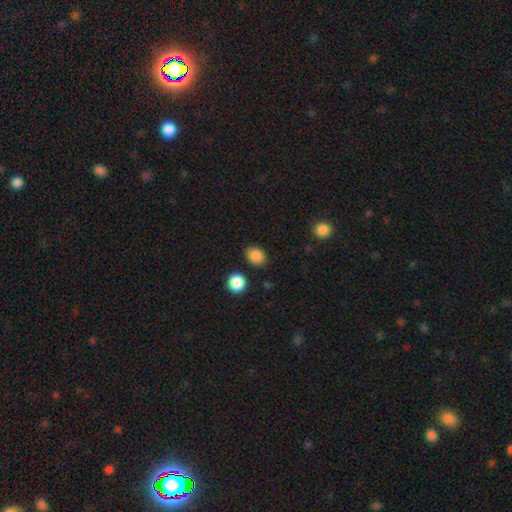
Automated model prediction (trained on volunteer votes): The model was most divided on "how rounded": in between: 61%, round: 38%, cigar-shaped: 1%. More confident: smooth or featured — smooth (87%); merging — none (85%).